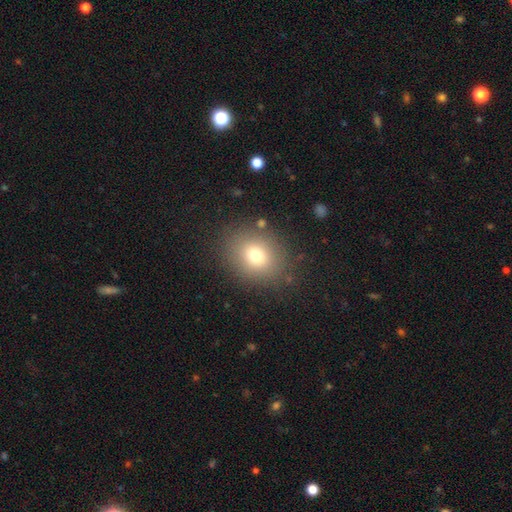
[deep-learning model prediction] smooth-or-featured: smooth: 72% | star or artifact: 15% | featured or disk: 13%
  how-rounded: round: 64% | in between: 36% | cigar-shaped: 1%
  merging: none: 83% | minor disturbance: 9% | major disturbance: 5% | merger: 2%